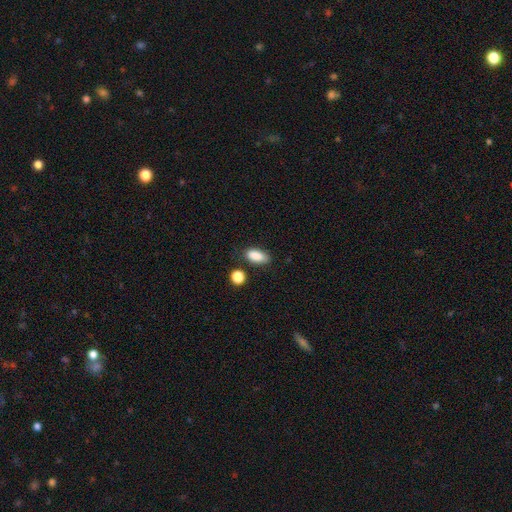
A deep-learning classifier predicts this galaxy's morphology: Overall: smooth (87%). How rounded: in between (89%). Merging: none (72%).